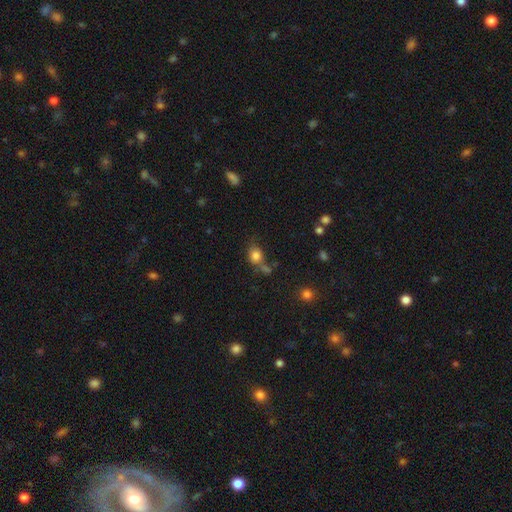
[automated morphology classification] This is clearly a smooth galaxy (81%). How rounded: likely round (60%). Merging: possibly none (54%).